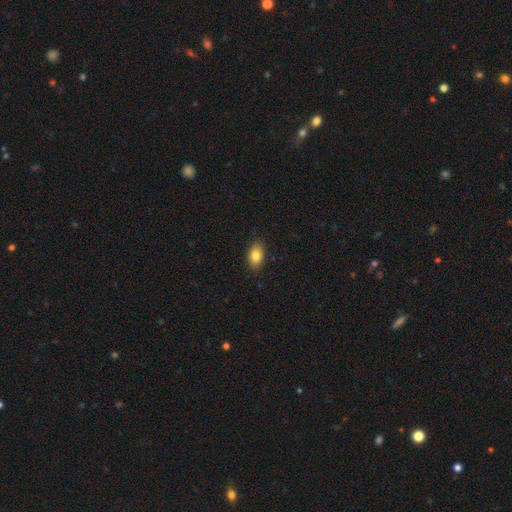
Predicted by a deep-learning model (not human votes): This is clearly a smooth galaxy (84%). How rounded: clearly in between (89%). Merging: clearly none (86%).